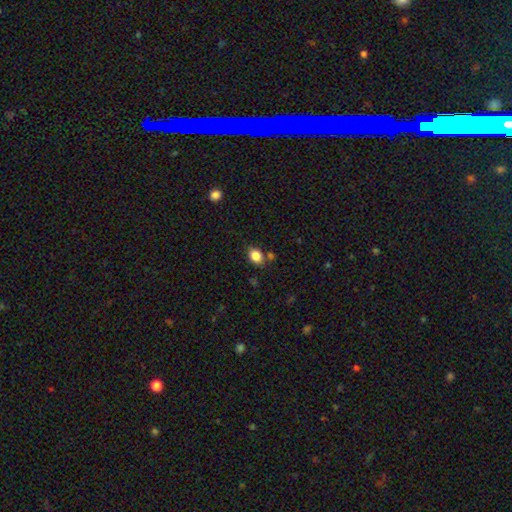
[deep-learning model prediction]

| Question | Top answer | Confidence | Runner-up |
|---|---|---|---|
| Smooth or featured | smooth | 84% | star or artifact (10%) |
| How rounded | in between | 59% | round (40%) |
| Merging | none | 77% | minor disturbance (13%) |